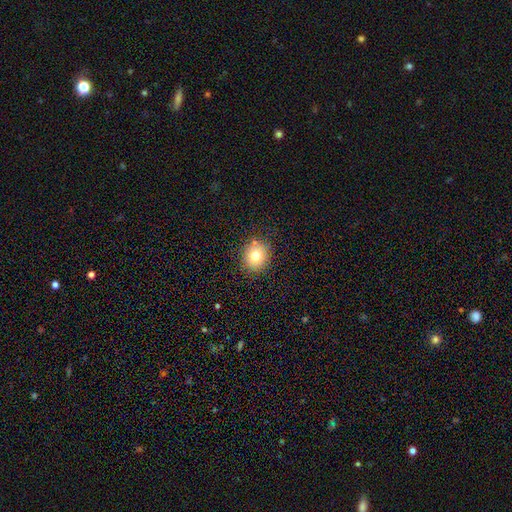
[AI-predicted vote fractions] A smooth galaxy with no disk features (76%) that is round (77%).

Vote fractions:
- Smooth or featured? smooth: 76% / star or artifact: 12% / featured or disk: 12%
- How rounded? round: 77% / in between: 22% / cigar-shaped: 1%
- Merging? none: 82% / minor disturbance: 12% / major disturbance: 3% / merger: 3%